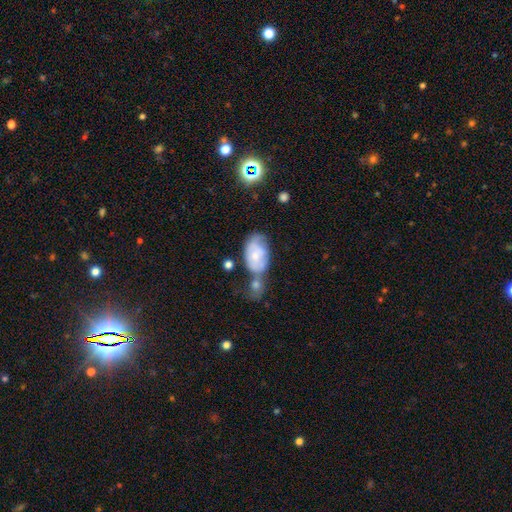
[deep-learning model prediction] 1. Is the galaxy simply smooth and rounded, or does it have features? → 53% smooth, 40% featured or disk, 7% star or artifact.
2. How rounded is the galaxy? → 86% in between, 12% round, 2% cigar-shaped.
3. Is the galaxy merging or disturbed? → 35% merger, 28% none, 23% minor disturbance, 14% major disturbance.